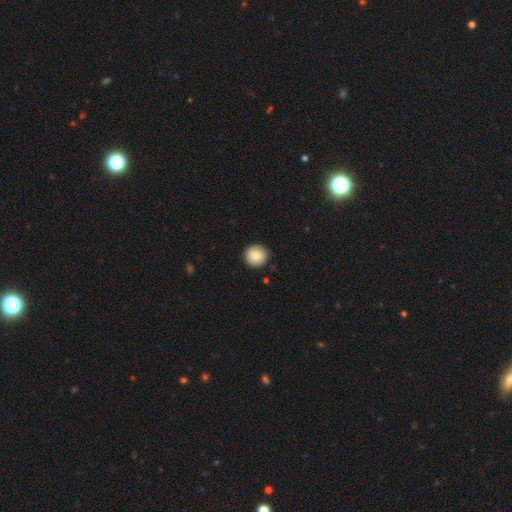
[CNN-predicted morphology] Overall: smooth (84%). How rounded: round (96%). Merging: none (92%).